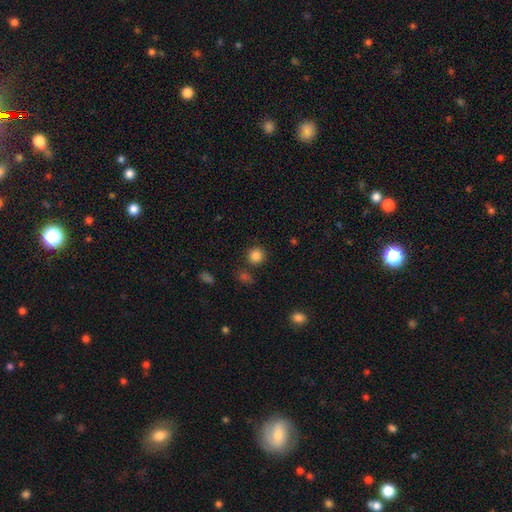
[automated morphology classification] The model was most divided on "smooth or featured": smooth: 85%, star or artifact: 12%, featured or disk: 4%. More confident: how rounded — round (92%); merging — none (83%).